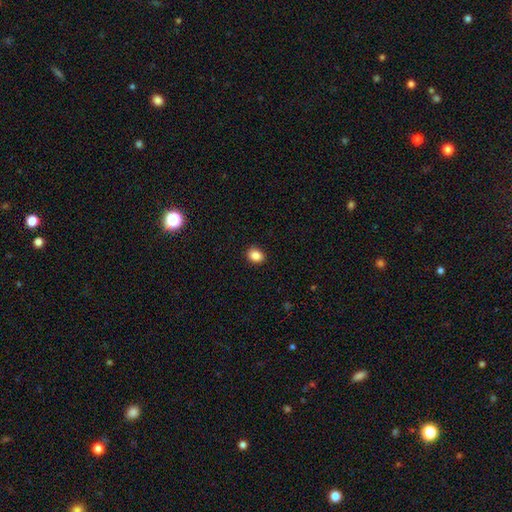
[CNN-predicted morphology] A smooth galaxy with no disk features (86%) that is in between round and cigar-shaped (52%).

Vote fractions:
- Smooth or featured? smooth: 86% / star or artifact: 10% / featured or disk: 4%
- How rounded? in between: 52% / round: 47% / cigar-shaped: 1%
- Merging? none: 90% / minor disturbance: 7% / major disturbance: 2% / merger: 1%